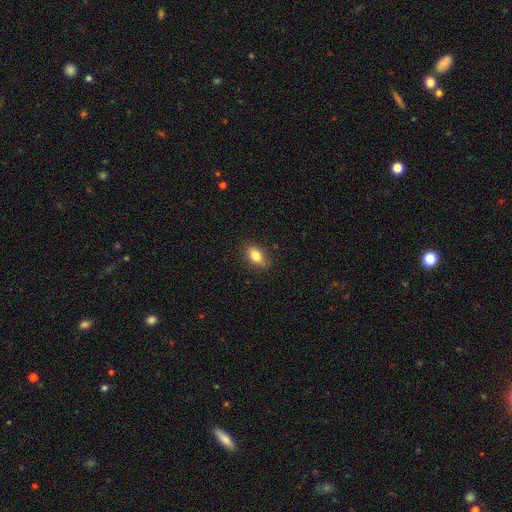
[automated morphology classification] Overall: smooth (83%). How rounded: in between (87%). Merging: none (84%).